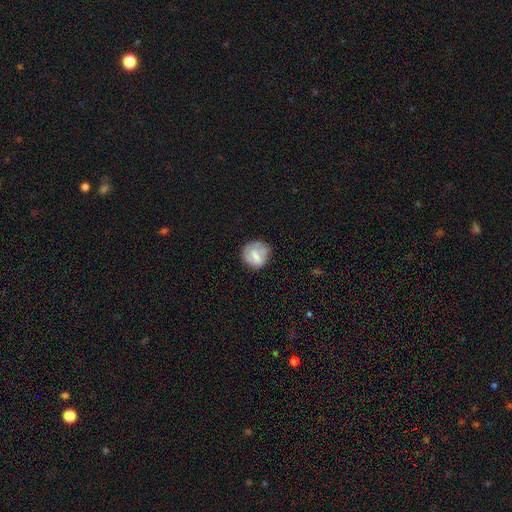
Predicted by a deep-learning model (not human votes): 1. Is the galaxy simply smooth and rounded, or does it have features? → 67% smooth, 25% featured or disk, 8% star or artifact.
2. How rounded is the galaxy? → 81% round, 17% in between, 1% cigar-shaped.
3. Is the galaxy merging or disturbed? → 69% none, 22% minor disturbance, 8% major disturbance, 2% merger.